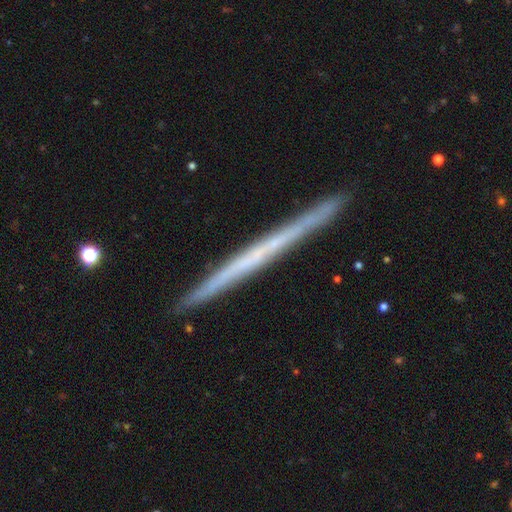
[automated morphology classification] A featured or disk galaxy (63%) viewed edge-on (97%) with no central bulge (91%).

Vote fractions:
- Smooth or featured? featured or disk: 63% / smooth: 31% / star or artifact: 6%
- Edge-on disk? yes: 97% / no: 3%
- Edge-on bulge? none: 91% / rounded: 6% / boxy: 3%
- Merging? none: 90% / minor disturbance: 7% / merger: 1% / major disturbance: 1%